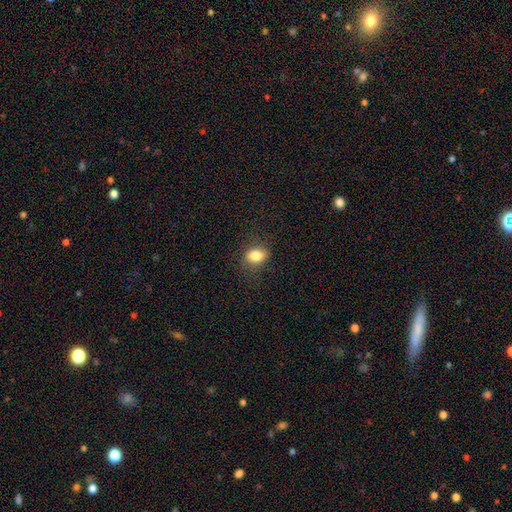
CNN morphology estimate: Smooth or featured: smooth — 82% (star or artifact — 10%)
How rounded: in between — 64% (round — 35%)
Merging: none — 79% (minor disturbance — 15%)